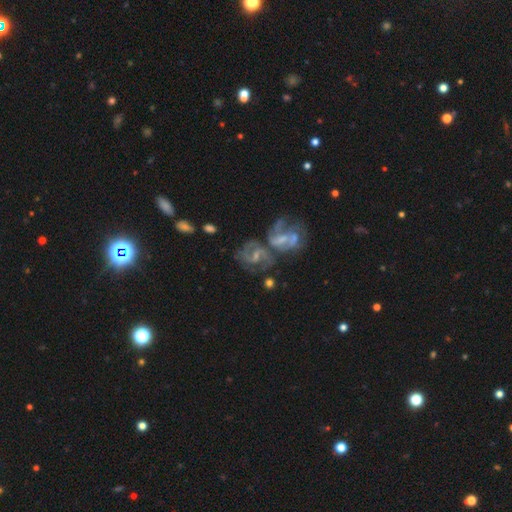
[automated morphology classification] This appears to be a featured or disk galaxy (77%) with a weak bar (46%), 2 (50%) medium (49%) spiral arms (84%) and a small central bulge (51%). Merging: merger (49%).